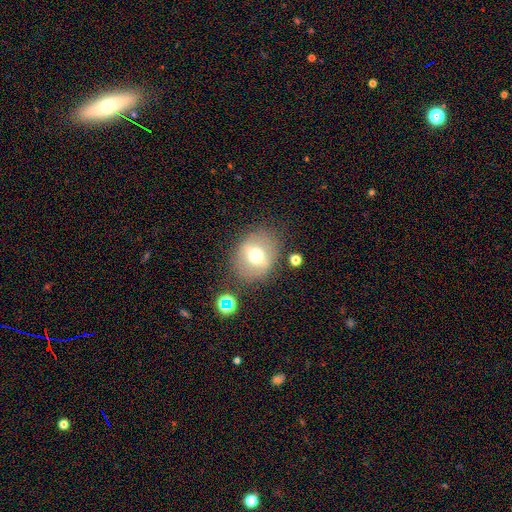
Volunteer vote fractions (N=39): Overall: smooth (59%; featured or disk 36%). How rounded: round (65%; in between 35%). Merging: none (92%).